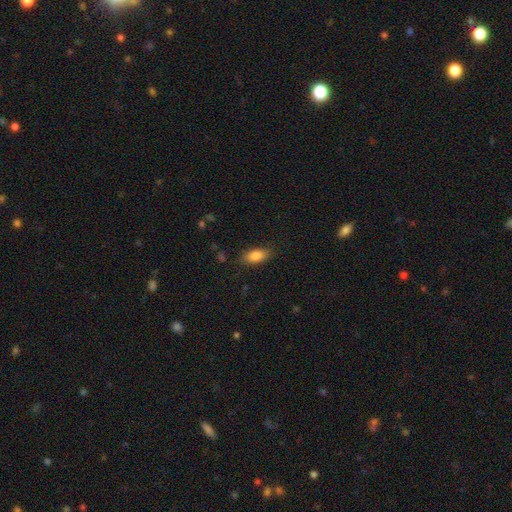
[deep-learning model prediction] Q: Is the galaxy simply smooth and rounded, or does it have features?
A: smooth — 84%.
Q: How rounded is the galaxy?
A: in between — 88%.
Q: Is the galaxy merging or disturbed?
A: none — 82%.